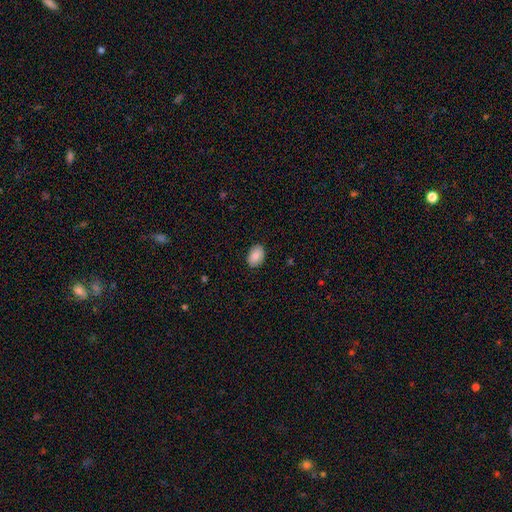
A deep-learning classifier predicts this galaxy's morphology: Smooth or featured: smooth — 86% (featured or disk — 7%)
How rounded: in between — 84% (round — 15%)
Merging: none — 87% (minor disturbance — 10%)